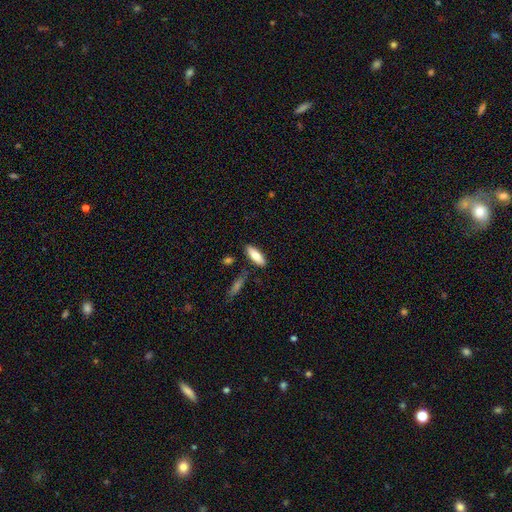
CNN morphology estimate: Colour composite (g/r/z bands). It shows a smooth galaxy with no disk features (77%) that is in between round and cigar-shaped (67%). Merging: none (81%).